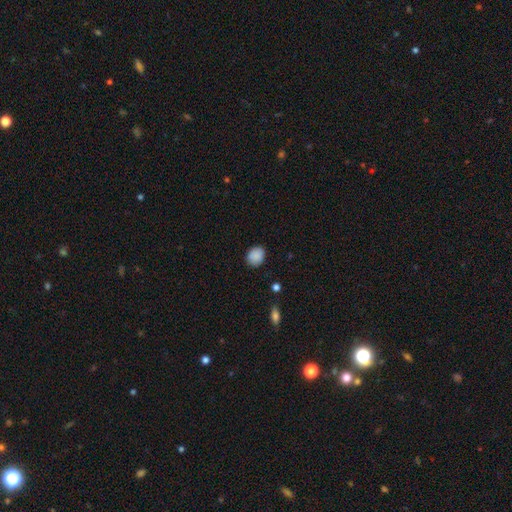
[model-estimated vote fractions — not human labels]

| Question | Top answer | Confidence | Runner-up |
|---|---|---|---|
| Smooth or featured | smooth | 88% | star or artifact (8%) |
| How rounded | round | 60% | in between (39%) |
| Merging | none | 83% | minor disturbance (13%) |